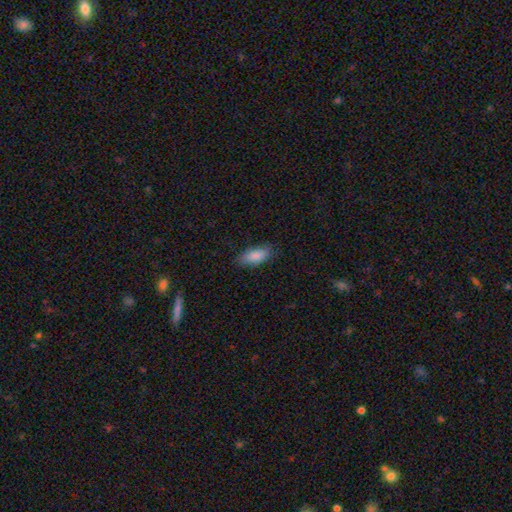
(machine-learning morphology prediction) Smooth or featured: smooth — 88% (star or artifact — 6%)
How rounded: in between — 84% (cigar-shaped — 14%)
Merging: none — 82% (minor disturbance — 14%)